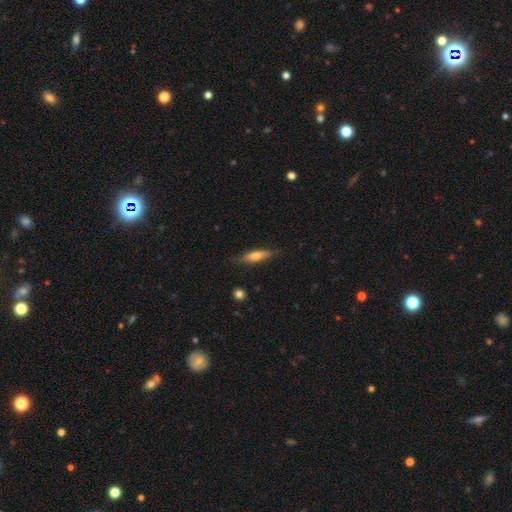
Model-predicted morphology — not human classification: type=smooth (69%); roundness=cigar-shaped (68%); merging=none (79%).